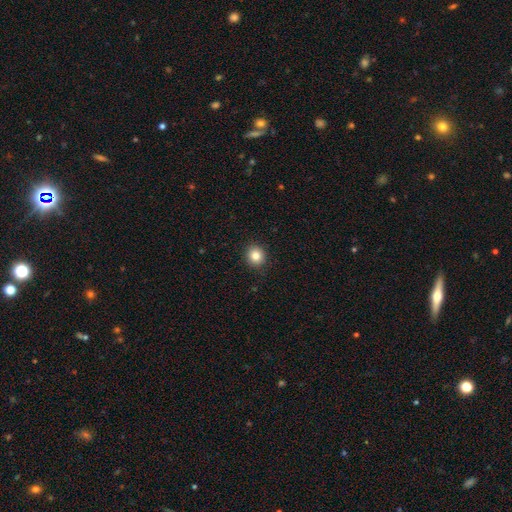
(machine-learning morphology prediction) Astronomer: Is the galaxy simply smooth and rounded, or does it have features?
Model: smooth — 83%.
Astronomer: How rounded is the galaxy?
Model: round — 87%.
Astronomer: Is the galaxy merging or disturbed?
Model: none — 91%.